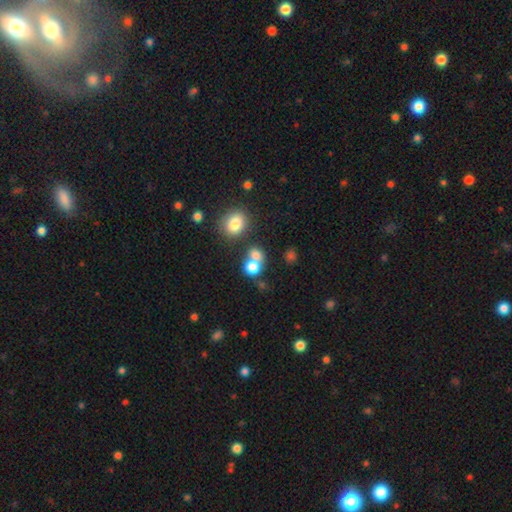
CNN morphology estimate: smooth-or-featured: smooth: 75% | star or artifact: 14% | featured or disk: 11%
  how-rounded: round: 75% | in between: 24% | cigar-shaped: 1%
  merging: merger: 45% | none: 43% | minor disturbance: 8% | major disturbance: 4%